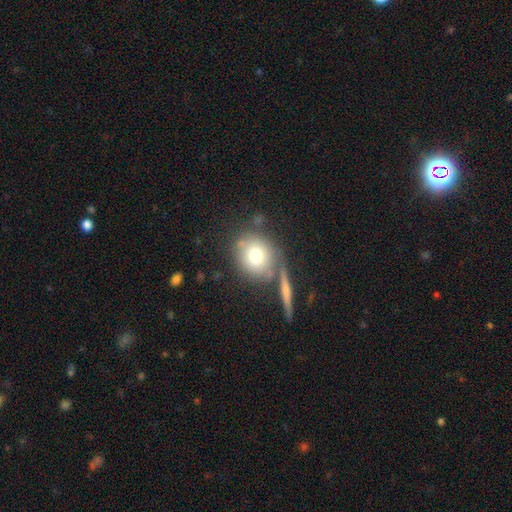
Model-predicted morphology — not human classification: Smooth or featured? Predicted: smooth (p=0.72). How rounded? Predicted: round (p=0.76). Merging? Predicted: none (p=0.64).